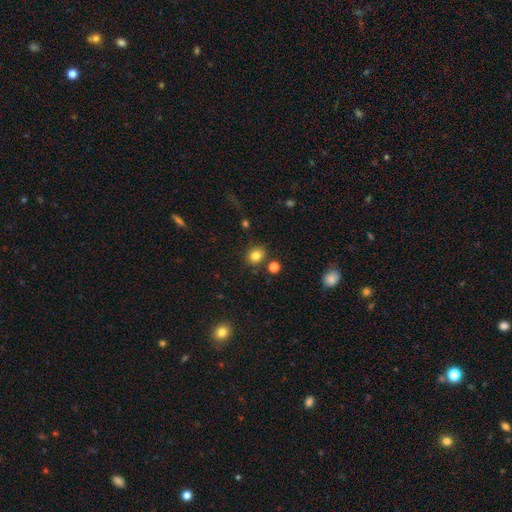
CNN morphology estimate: Overall: smooth (81%). How rounded: round (76%). Merging: none (83%).